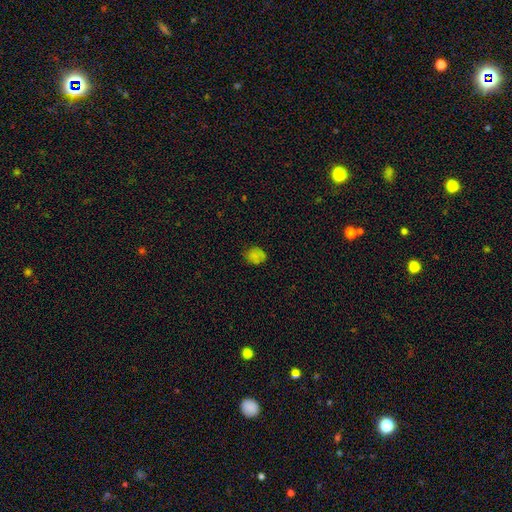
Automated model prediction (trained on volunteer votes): Smooth or featured: smooth — 72% (star or artifact — 19%)
How rounded: round — 63% (in between — 36%)
Merging: none — 72% (minor disturbance — 20%)